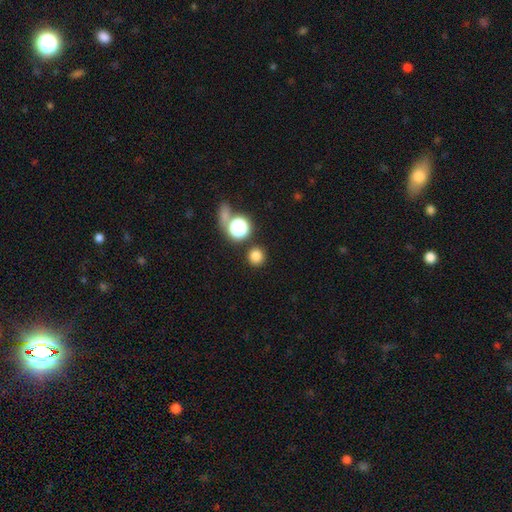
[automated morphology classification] smooth 79%, star or artifact 16%, featured or disk 5%. Down the decision tree: how rounded — round (93%); merging — none (86%).